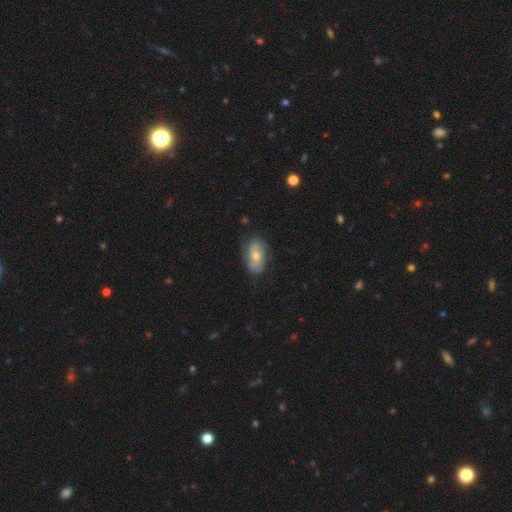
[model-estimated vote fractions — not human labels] Q: Smooth or featured?
A: smooth (48%); runner-up: featured or disk (45%)
Q: Merging?
A: none (73%); runner-up: minor disturbance (20%)